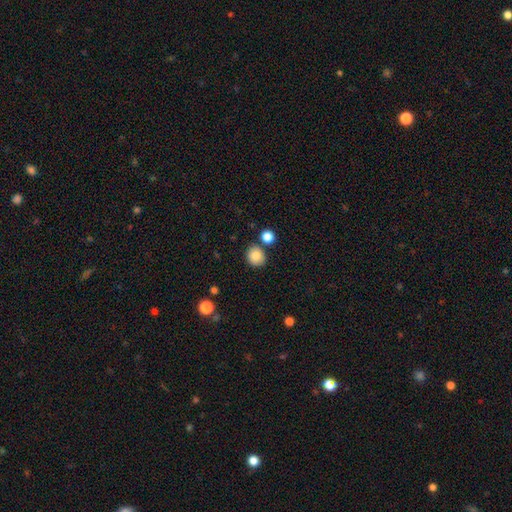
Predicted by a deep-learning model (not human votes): This appears to be a smooth galaxy with no disk features (85%) that is round (79%). Merging: none (79%).